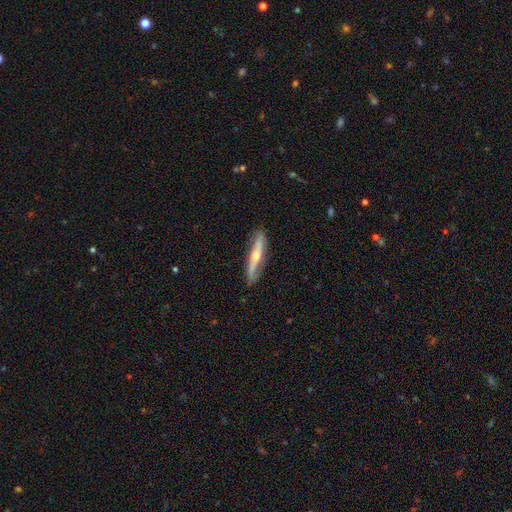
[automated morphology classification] This is likely a featured or disk galaxy (66%). It is likely viewed edge-on (75%). Merging: clearly none (83%).